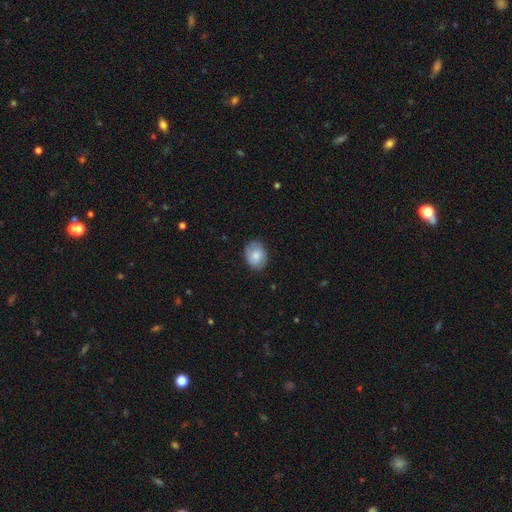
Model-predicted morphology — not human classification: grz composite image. It shows a smooth galaxy with no disk features (74%) that is in between round and cigar-shaped (56%). Merging: none (78%).